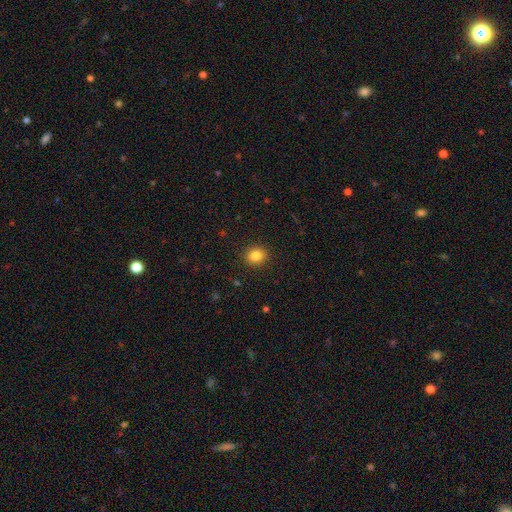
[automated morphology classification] A smooth galaxy with no disk features (83%) that is round (77%). Merging: none (91%).